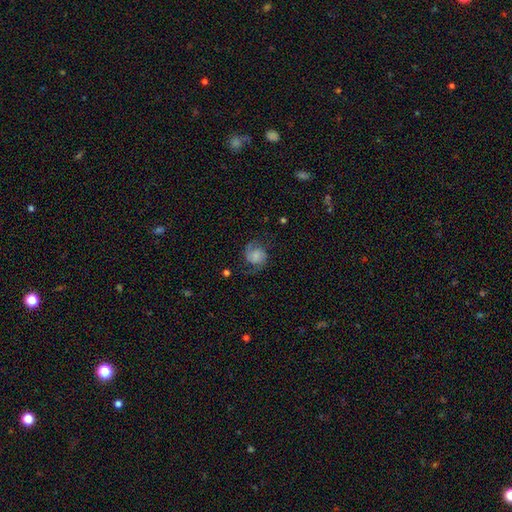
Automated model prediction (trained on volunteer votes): Morphology: type=featured or disk (69%); edge-on=no (98%); bar=no (63%); spiral arms=yes (95%); winding=medium (49%); arm count=2 (84%); bulge=small (37%); merging=none (68%).